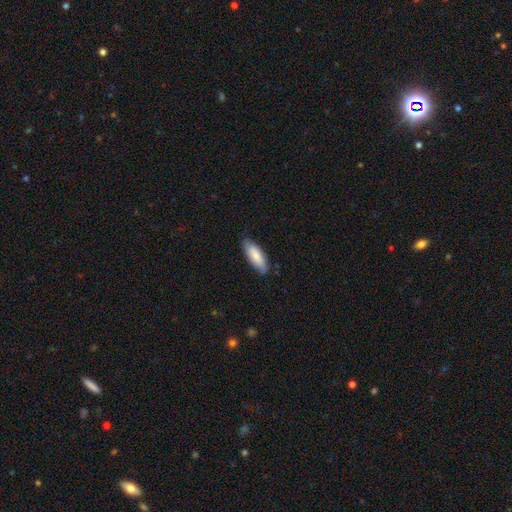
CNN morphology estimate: Smooth or featured? Predicted: smooth (p=0.82). How rounded? Predicted: in between (p=0.63). Merging? Predicted: none (p=0.81).